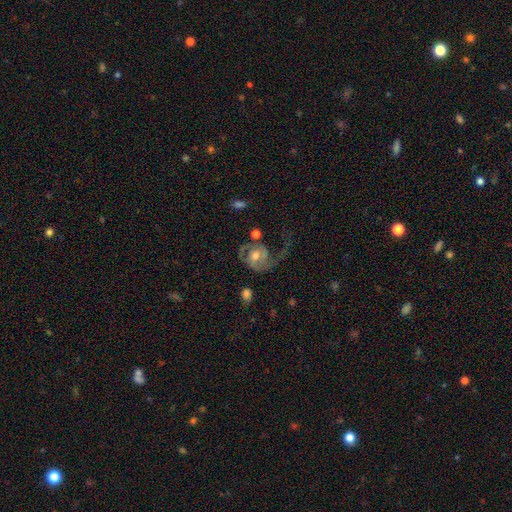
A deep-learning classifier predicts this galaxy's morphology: smooth-or-featured: featured or disk: 77% | smooth: 17% | star or artifact: 6%
  disk-edge-on: no: 98% | yes: 2%
    bar: no: 65% | weak: 28% | strong: 7%
    has-spiral-arms: yes: 90% | no: 10%
      spiral-winding: medium: 40% (tied) | loose: 40% (tied) | tight: 20%
      spiral-arm-count: 2: 57% | 1: 32% | can't tell: 6% | 3: 2% | 4: 1% | more than 4: 1%
    bulge-size: moderate: 71% | small: 17% | large: 9% | none: 2% | dominant: 1%
  merging: major disturbance: 43% | none: 35% | minor disturbance: 16% | merger: 6%